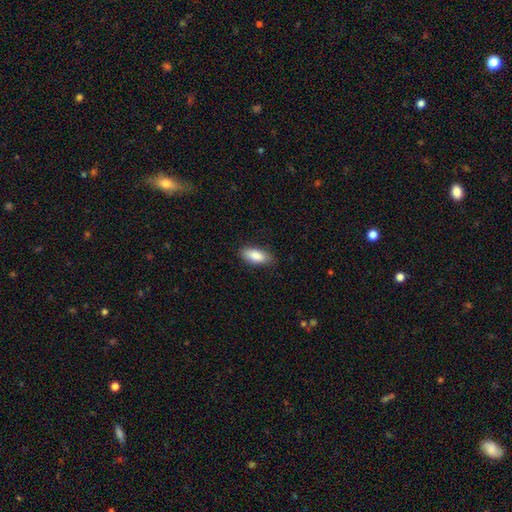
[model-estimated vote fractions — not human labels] smooth-or-featured: smooth: 87% | featured or disk: 7% | star or artifact: 6%
  how-rounded: in between: 84% | cigar-shaped: 14% | round: 2%
  merging: none: 83% | minor disturbance: 13% | major disturbance: 3% | merger: 1%